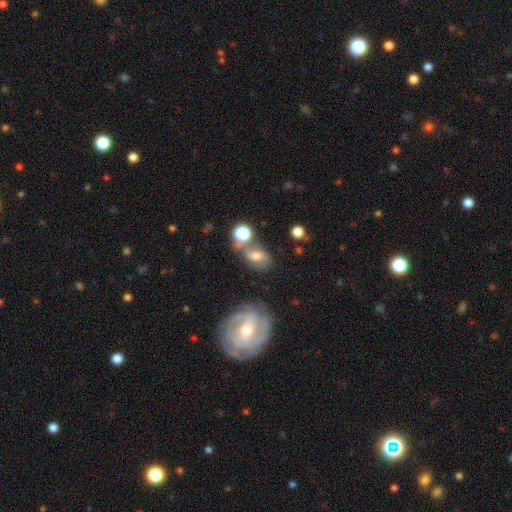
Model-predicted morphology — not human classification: Smooth or featured? featured or disk (49%)
Merging? none (45%)